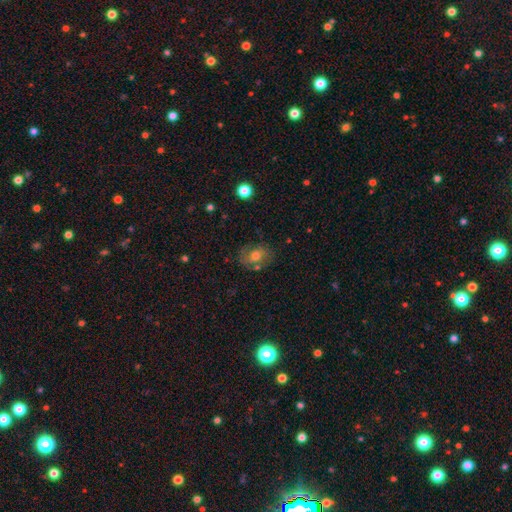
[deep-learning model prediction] Smooth or featured?
  - smooth: 55% *
  - featured or disk: 34%
  - star or artifact: 11%
How rounded?
  - in between: 59% *
  - round: 40%
  - cigar-shaped: 1%
Merging?
  - none: 64% *
  - minor disturbance: 21%
  - major disturbance: 9%
  - merger: 7%